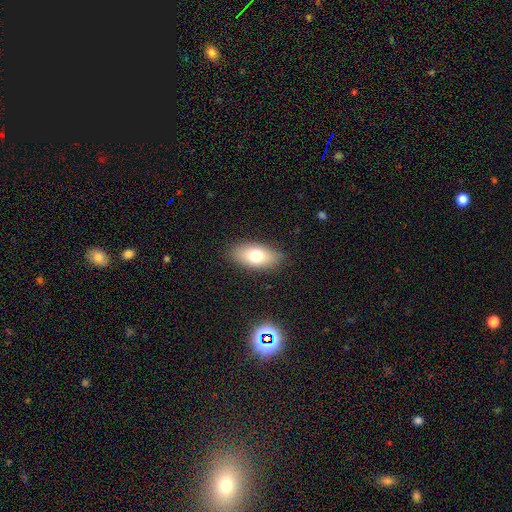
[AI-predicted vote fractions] This appears to be a smooth galaxy with no disk features (73%) that is in between round and cigar-shaped (90%). Merging: none (86%).